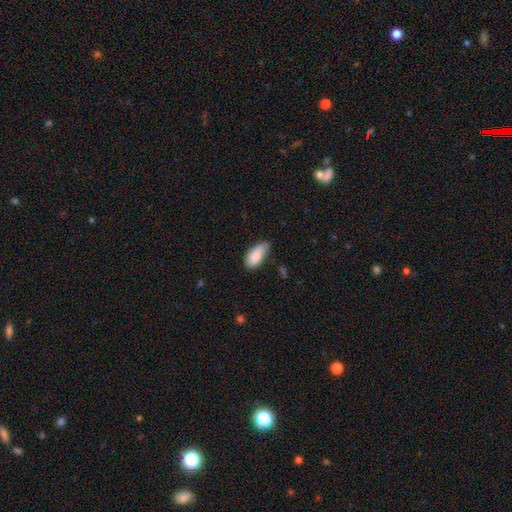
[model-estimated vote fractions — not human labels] Smooth or featured: smooth — 88% (star or artifact — 7%)
How rounded: in between — 92% (cigar-shaped — 6%)
Merging: none — 54% (minor disturbance — 37%)